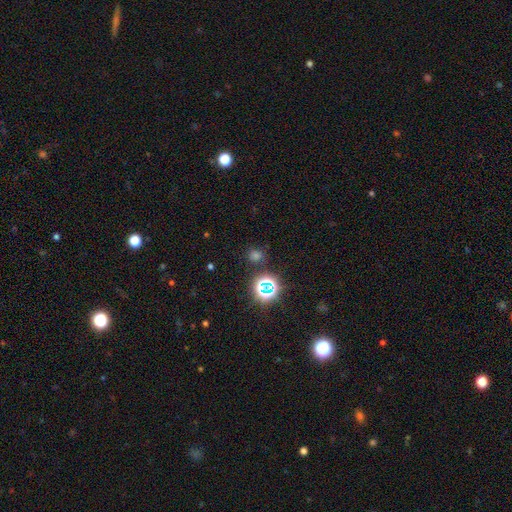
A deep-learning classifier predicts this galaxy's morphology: smooth_or_featured: star or artifact (p=0.49) [alt: smooth p=0.45]